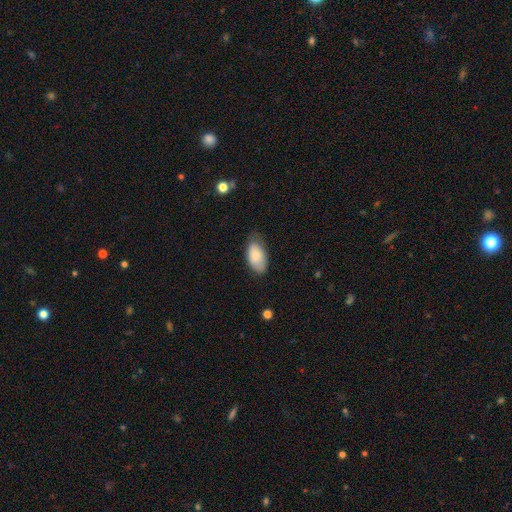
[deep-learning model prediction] This appears to be a smooth galaxy with no disk features (80%) that is in between round and cigar-shaped (95%). Merging: none (63%).